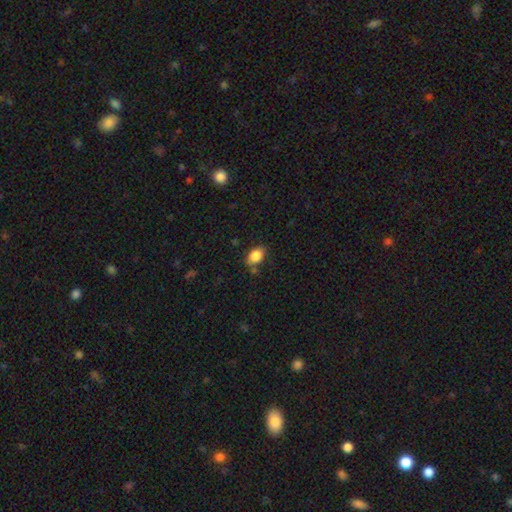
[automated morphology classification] A smooth galaxy with no disk features (85%) that is in between round and cigar-shaped (79%). Merging: none (73%).